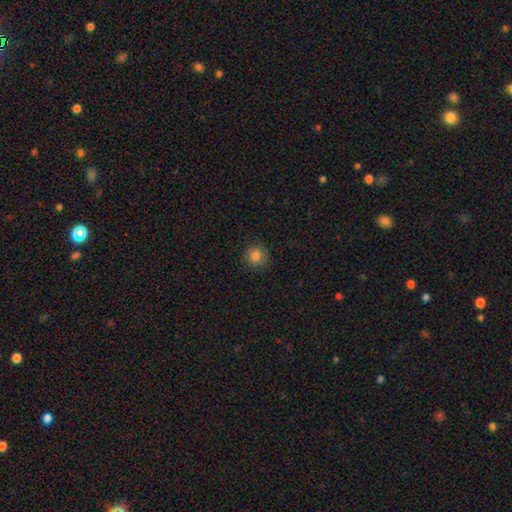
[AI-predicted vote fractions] Smooth or featured? smooth (83%)
How rounded? round (92%)
Merging? none (89%)